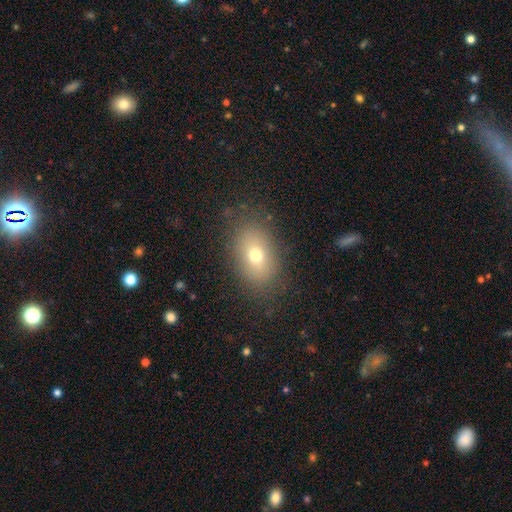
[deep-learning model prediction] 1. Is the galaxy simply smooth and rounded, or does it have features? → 69% smooth, 19% featured or disk, 12% star or artifact.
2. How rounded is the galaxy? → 84% in between, 14% round, 2% cigar-shaped.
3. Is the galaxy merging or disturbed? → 83% none, 11% minor disturbance, 5% major disturbance, 1% merger.